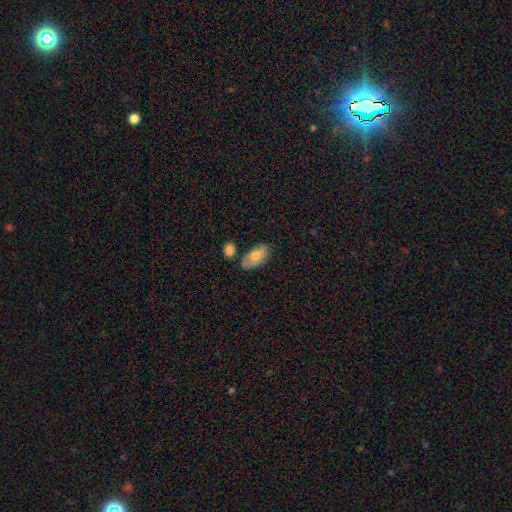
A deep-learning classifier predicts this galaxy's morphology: smooth-or-featured: smooth: 67% | featured or disk: 26% | star or artifact: 7%
  how-rounded: in between: 92% | cigar-shaped: 4% | round: 3%
  merging: none: 67% | minor disturbance: 19% | merger: 10% | major disturbance: 4%